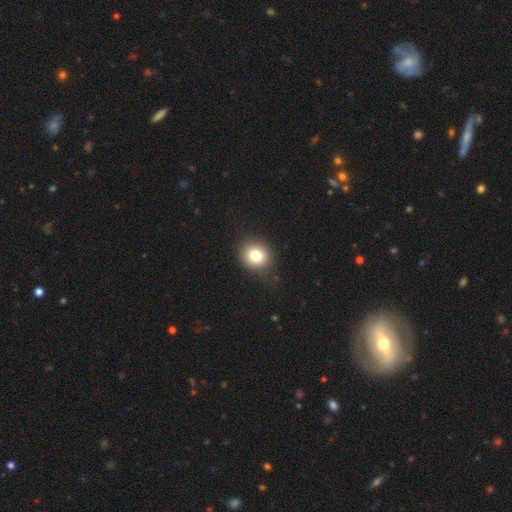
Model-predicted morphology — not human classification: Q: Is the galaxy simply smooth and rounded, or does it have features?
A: smooth — 80%.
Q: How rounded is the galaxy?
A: round — 80%.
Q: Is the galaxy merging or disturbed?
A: none — 81%.